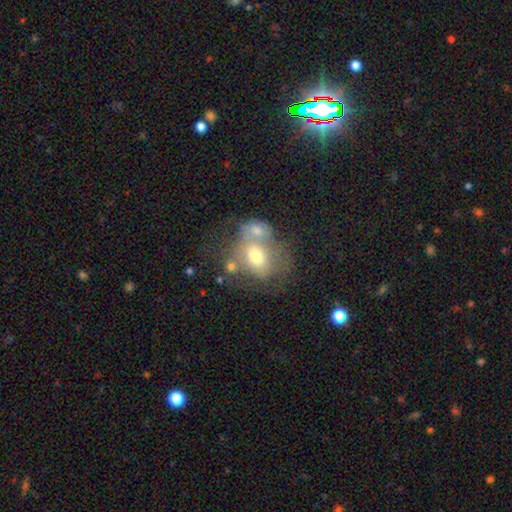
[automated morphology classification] smooth-or-featured: smooth: 54% | featured or disk: 36% | star or artifact: 10%
  how-rounded: in between: 57% | round: 42% | cigar-shaped: 1%
  merging: merger: 55% | none: 22% | minor disturbance: 12% | major disturbance: 11%